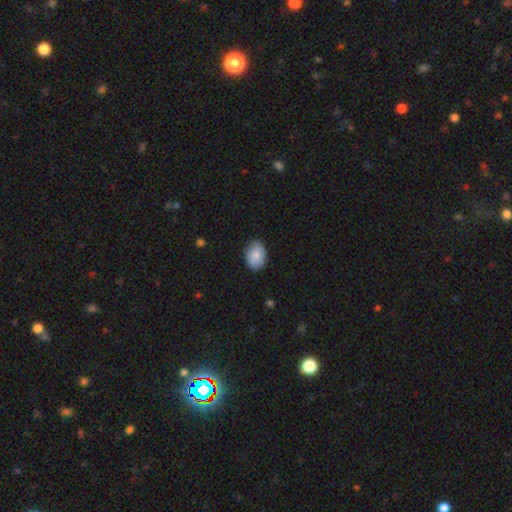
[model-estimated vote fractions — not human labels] Morphology: type=smooth (87%); roundness=in between (85%); merging=none (86%).